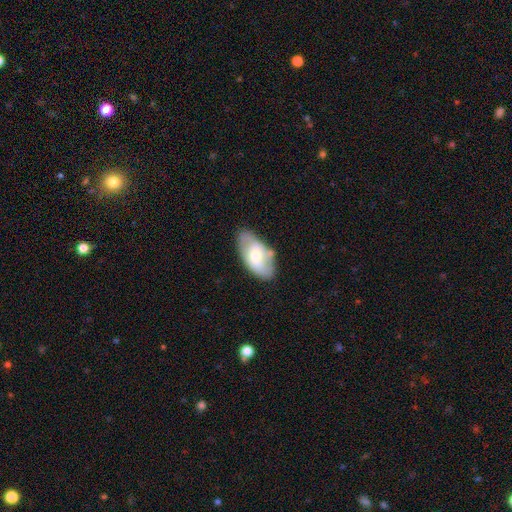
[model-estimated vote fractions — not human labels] Smooth or featured?
  - smooth: 51% *
  - featured or disk: 43%
  - star or artifact: 6%
How rounded?
  - in between: 93% *
  - round: 4%
  - cigar-shaped: 3%
Merging?
  - none: 67% *
  - minor disturbance: 21%
  - merger: 7%
  - major disturbance: 6%